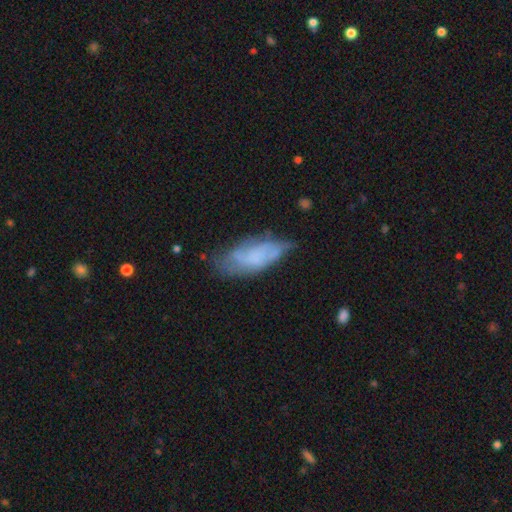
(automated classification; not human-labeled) This appears to be a smooth galaxy with no disk features (46%). Merging: none (49%).